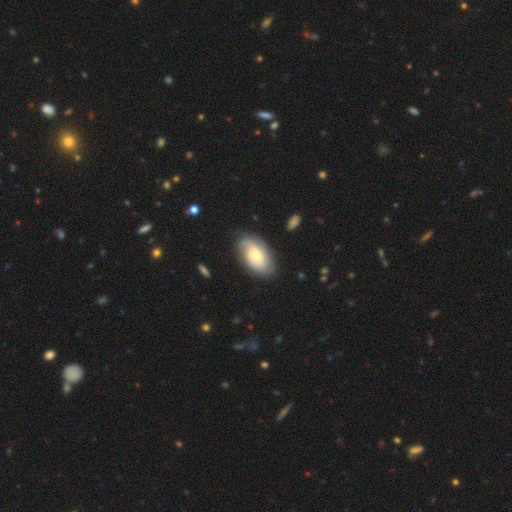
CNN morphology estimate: Smooth or featured: featured or disk — 60% (smooth — 34%)
Edge-on disk: no — 95% (yes — 5%)
Bar: no — 69% (weak — 27%)
Spiral arms: yes — 89% (no — 11%)
Spiral winding: tight — 46% (medium — 36%)
Spiral arm count: 2 — 46% (can't tell — 31%)
Bulge size: moderate — 52% (small — 34%)
Merging: none — 75% (minor disturbance — 18%)